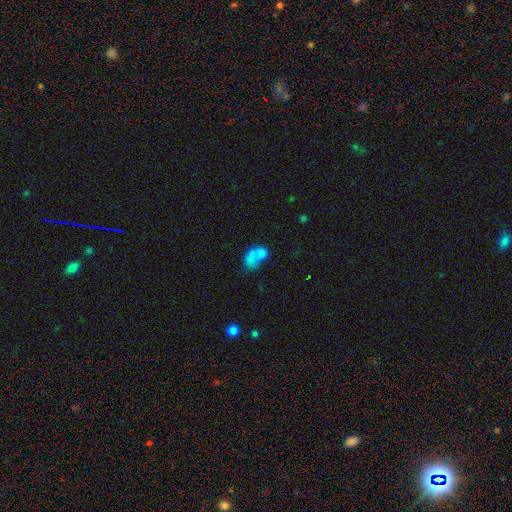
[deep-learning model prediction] A smooth galaxy with no disk features (71%) that is in between round and cigar-shaped (78%). Merging: merger (52%).